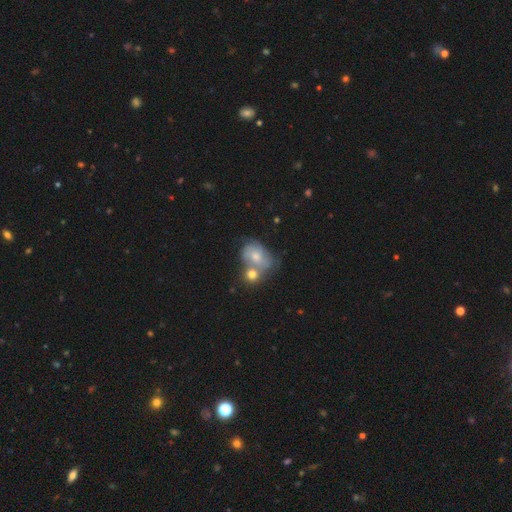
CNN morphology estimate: A featured or disk galaxy (48%). Merging: merger (44%).